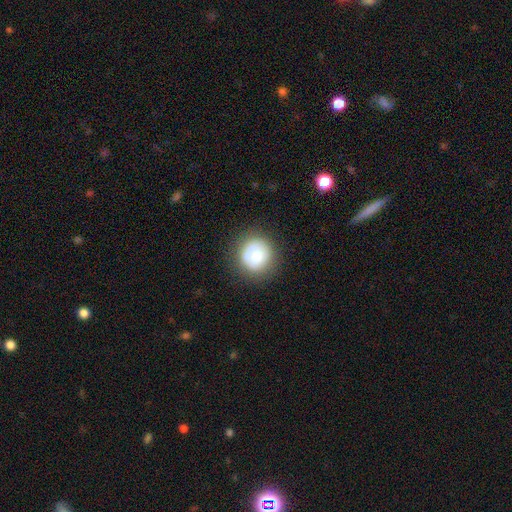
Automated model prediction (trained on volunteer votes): This appears to be a smooth galaxy with no disk features (62%) that is round (87%). Merging: none (70%).